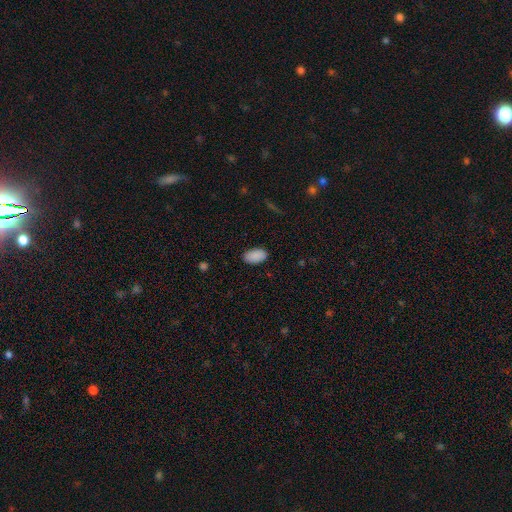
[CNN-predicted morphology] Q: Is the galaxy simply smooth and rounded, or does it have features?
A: smooth — 90%.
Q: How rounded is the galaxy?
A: in between — 95%.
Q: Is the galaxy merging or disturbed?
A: none — 88%.